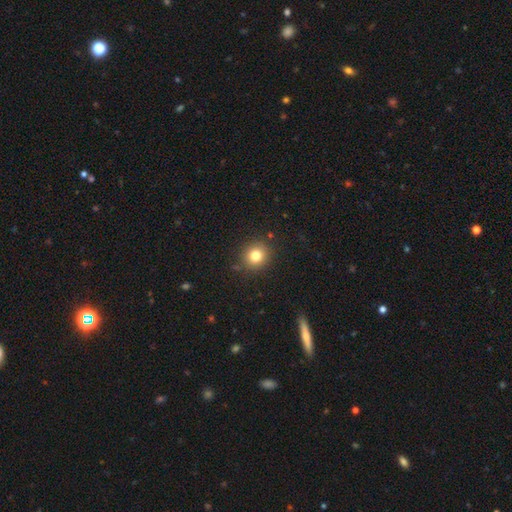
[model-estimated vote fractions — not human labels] A smooth galaxy with no disk features (80%) that is round (85%).

Vote fractions:
- Smooth or featured? smooth: 80% / star or artifact: 12% / featured or disk: 7%
- How rounded? round: 85% / in between: 14% / cigar-shaped: 1%
- Merging? none: 88% / minor disturbance: 8% / major disturbance: 3% / merger: 2%